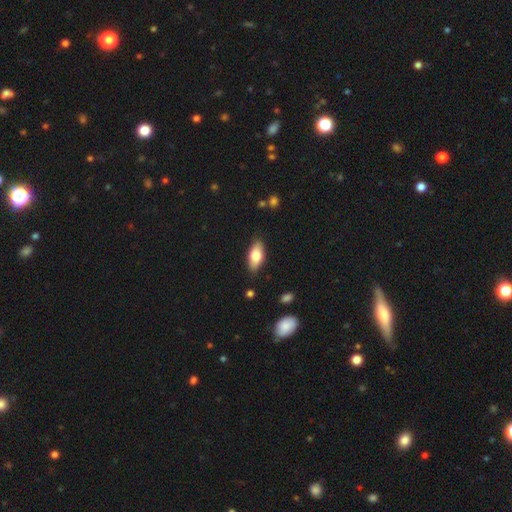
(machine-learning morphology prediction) The model was most divided on "smooth or featured": smooth: 75%, featured or disk: 19%, star or artifact: 6%. More confident: how rounded — in between (87%); merging — none (85%).